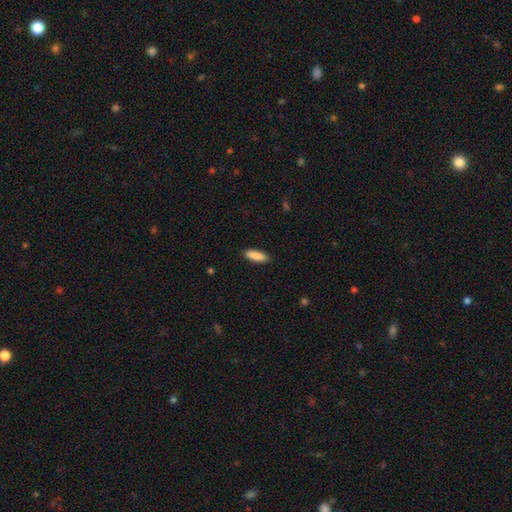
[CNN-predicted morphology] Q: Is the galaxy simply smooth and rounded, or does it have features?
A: smooth — 89%.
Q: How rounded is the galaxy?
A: in between — 58%.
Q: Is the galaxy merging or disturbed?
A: none — 90%.